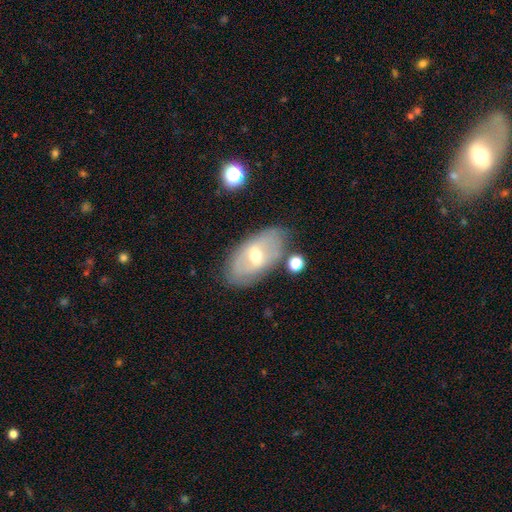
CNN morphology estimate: A featured or disk galaxy (55%).

Vote fractions:
- Smooth or featured? featured or disk: 55% / smooth: 37% / star or artifact: 8%
- Edge-on disk? no: 87% / yes: 13%
- Merging? none: 74% / minor disturbance: 16% / major disturbance: 5% / merger: 4%